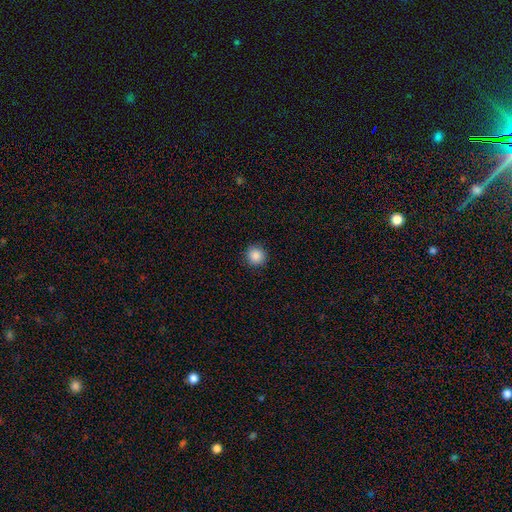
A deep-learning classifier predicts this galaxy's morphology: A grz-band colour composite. It shows a smooth galaxy with no disk features (87%) that is round (94%). Merging: none (91%).